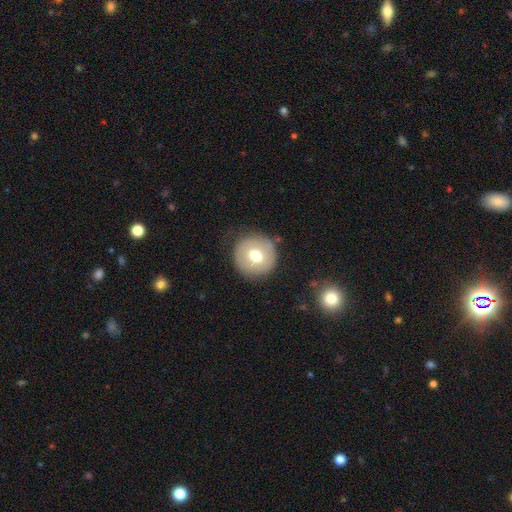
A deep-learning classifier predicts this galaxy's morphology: This is likely a smooth galaxy (66%). How rounded: clearly round (95%). Merging: clearly none (84%).